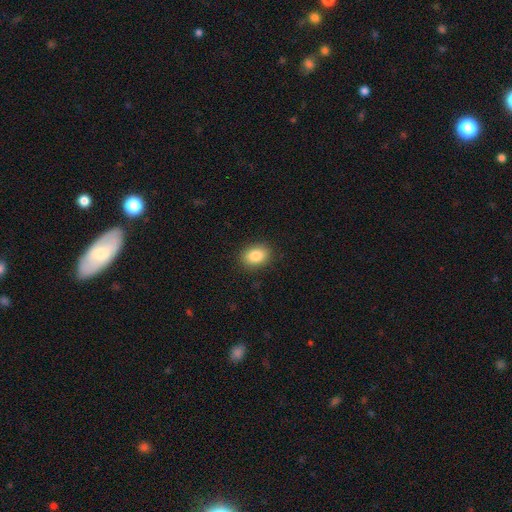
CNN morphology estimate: A smooth galaxy with no disk features (86%) that is in between round and cigar-shaped (72%). Merging: none (88%).